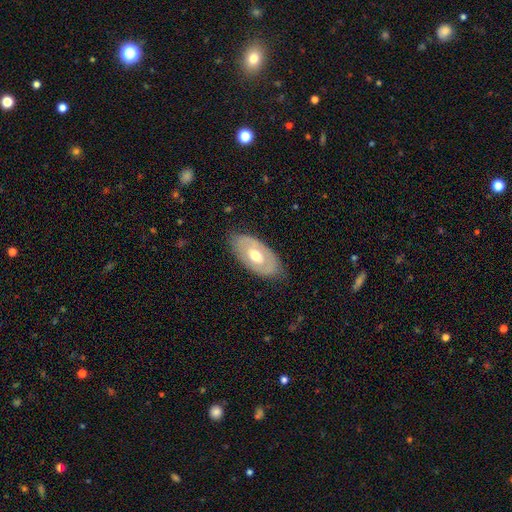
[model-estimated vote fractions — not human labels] Morphology: type=featured or disk (52%); edge-on=no (86%); merging=none (79%).